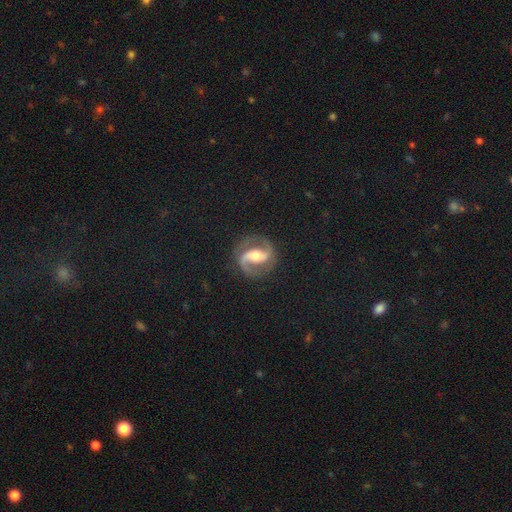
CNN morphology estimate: This is clearly a featured or disk galaxy (89%). It is clearly not viewed edge-on (97%). Bar: possibly strong (47%). Spiral arm pattern: clearly yes (96%). Spiral arm count: clearly 2 (92%). Spiral winding: possibly medium (56%). Central bulge: likely moderate (65%). Merging: clearly none (83%).